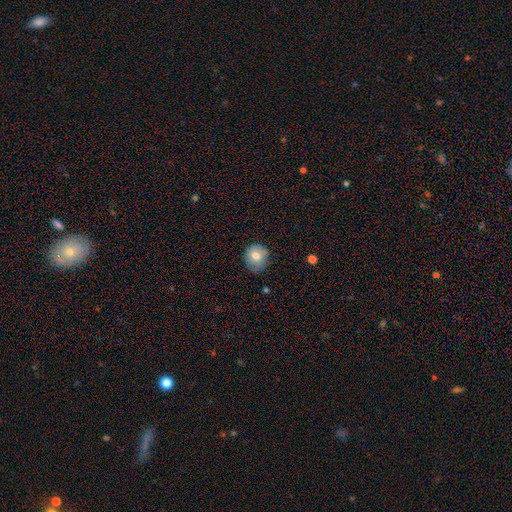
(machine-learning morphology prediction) A smooth galaxy with no disk features (72%) that is round (81%). Merging: none (69%).